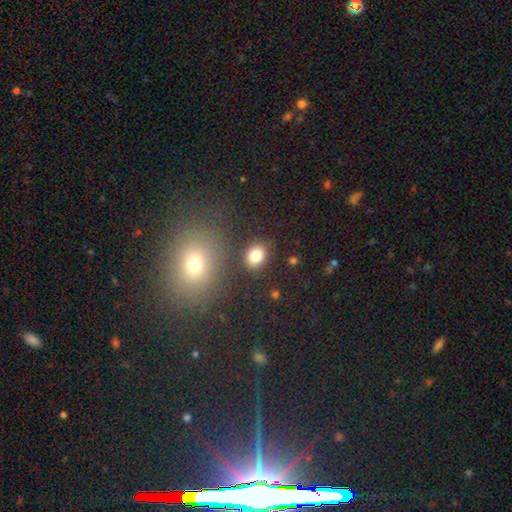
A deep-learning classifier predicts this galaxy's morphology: smooth 81%, star or artifact 11%, featured or disk 7%. Down the decision tree: how rounded — round (52%); merging — none (82%).